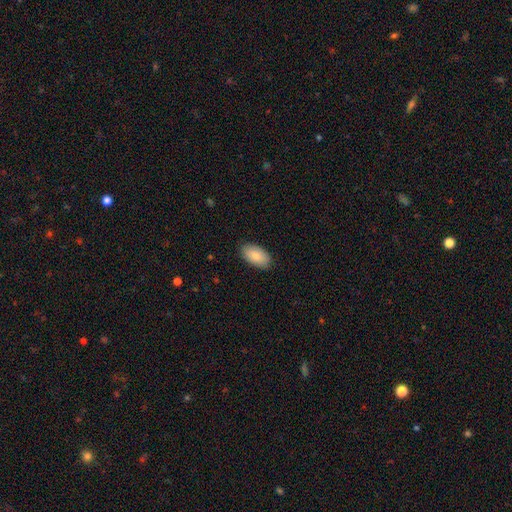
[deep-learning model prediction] A smooth galaxy with no disk features (87%) that is in between round and cigar-shaped (96%).

Vote fractions:
- Smooth or featured? smooth: 87% / featured or disk: 7% / star or artifact: 6%
- How rounded? in between: 96% / round: 3% / cigar-shaped: 2%
- Merging? none: 87% / minor disturbance: 10% / major disturbance: 2% / merger: 1%